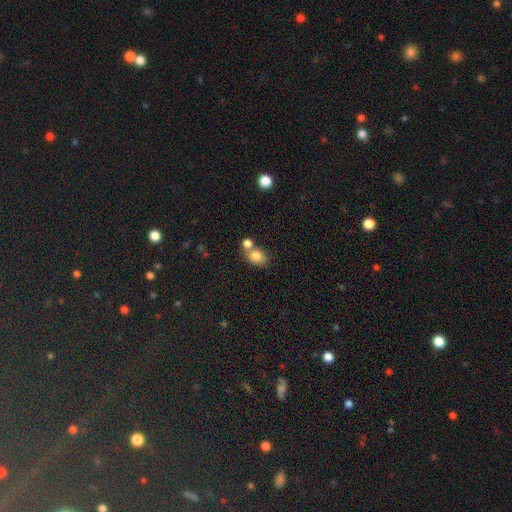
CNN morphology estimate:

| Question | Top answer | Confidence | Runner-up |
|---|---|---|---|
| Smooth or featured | smooth | 80% | featured or disk (11%) |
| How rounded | in between | 68% | round (31%) |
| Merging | none | 48% | merger (37%) |